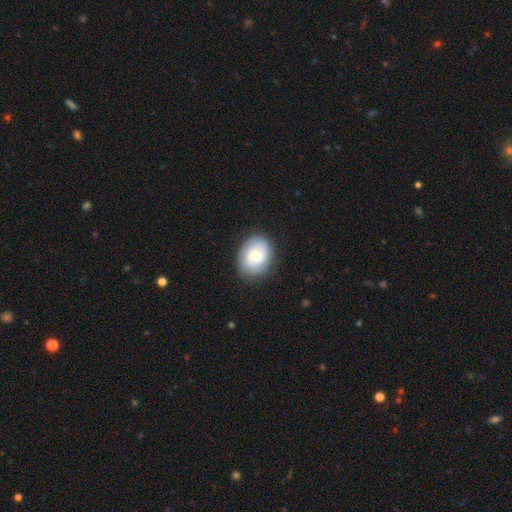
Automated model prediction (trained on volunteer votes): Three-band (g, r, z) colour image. It shows a featured or disk galaxy (53%) with a weak bar (49%), spiral arms (83%) and a moderate central bulge (46%, tied with small). Merging: none (83%).